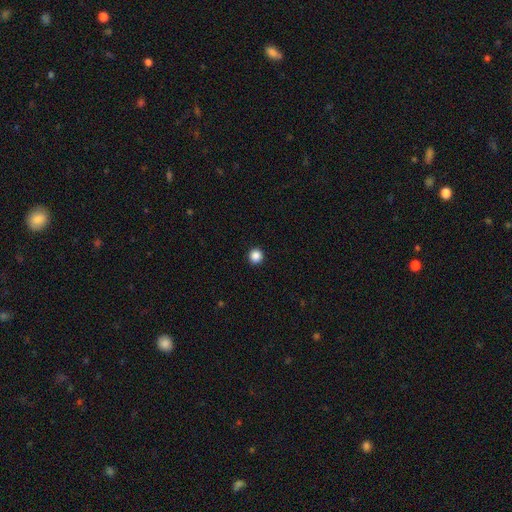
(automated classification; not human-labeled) smooth-or-featured: smooth: 87% | star or artifact: 11% | featured or disk: 3%
  how-rounded: round: 95% | in between: 4% | cigar-shaped: 1%
  merging: none: 94% | minor disturbance: 4% | major disturbance: 1% | merger: 1%